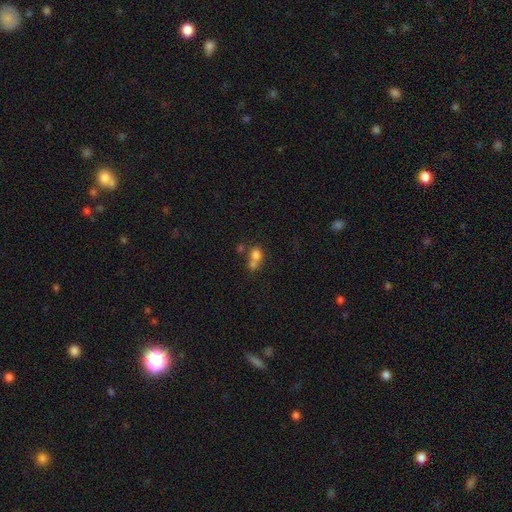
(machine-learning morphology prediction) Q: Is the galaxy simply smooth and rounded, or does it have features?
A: smooth — 74%.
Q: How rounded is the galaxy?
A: round — 55%.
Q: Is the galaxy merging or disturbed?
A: merger — 55%.